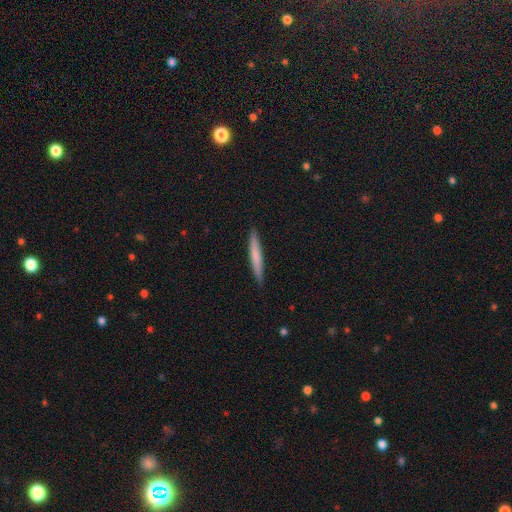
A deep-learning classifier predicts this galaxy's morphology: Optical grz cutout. It shows a smooth galaxy with no disk features (68%) that is cigar-shaped (96%). Merging: none (91%).